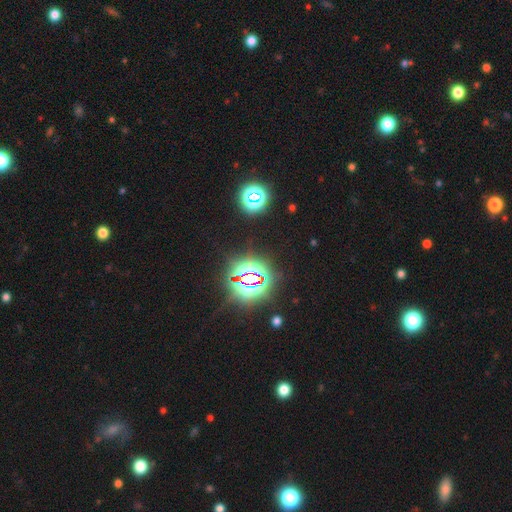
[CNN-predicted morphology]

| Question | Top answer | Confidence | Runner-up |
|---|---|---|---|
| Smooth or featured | star or artifact | 82% | smooth (13%) |